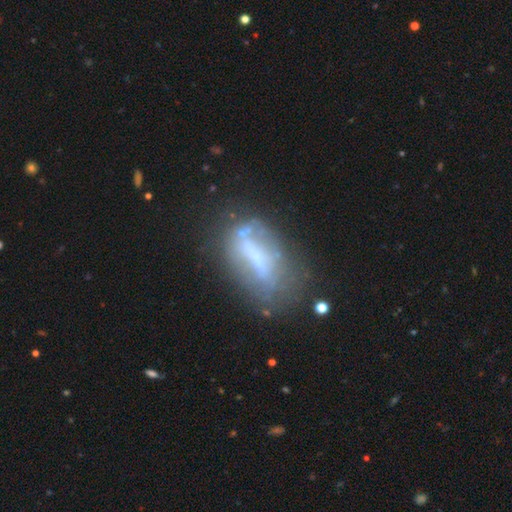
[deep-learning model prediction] This appears to be a featured or disk galaxy (54%). Merging: none (48%).